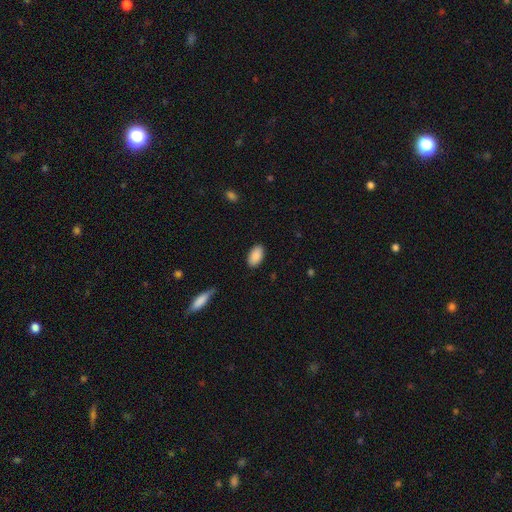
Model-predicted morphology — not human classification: Smooth or featured?
  - smooth: 89% *
  - star or artifact: 7%
  - featured or disk: 4%
How rounded?
  - in between: 95% *
  - round: 4%
  - cigar-shaped: 2%
Merging?
  - none: 86% *
  - minor disturbance: 10%
  - major disturbance: 2%
  - merger: 1%